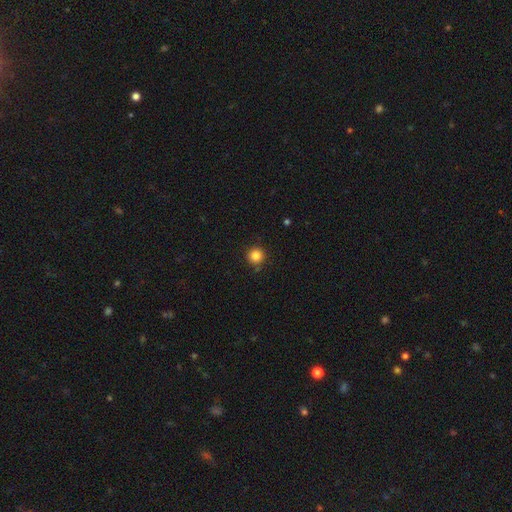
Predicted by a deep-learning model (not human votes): Overall: smooth (85%). How rounded: round (95%). Merging: none (87%).